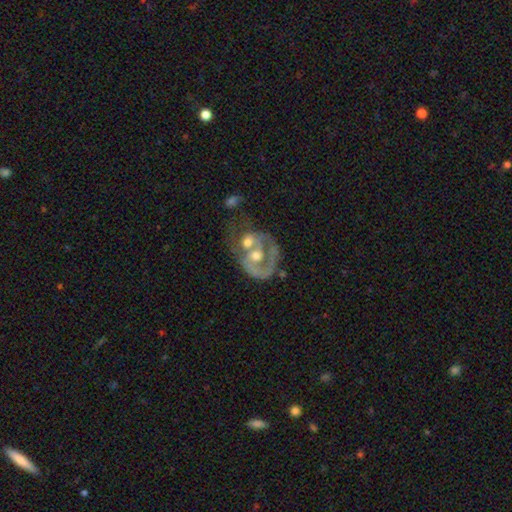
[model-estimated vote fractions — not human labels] Smooth or featured? featured or disk (73%)
Edge-on disk? no (97%)
Bar? no (76%)
Spiral arms? yes (52%)
Bulge size? moderate (68%)
Merging? merger (55%)